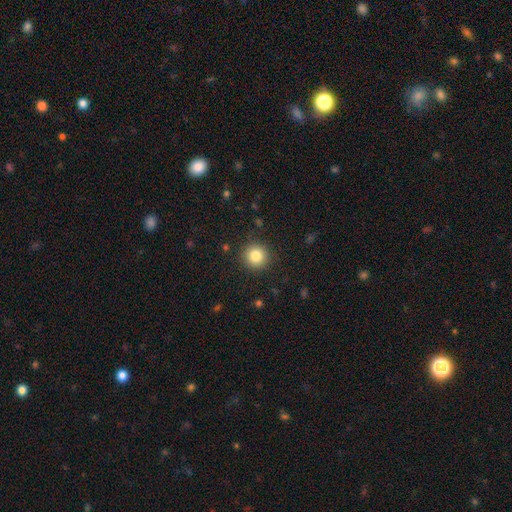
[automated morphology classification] type=smooth (84%); roundness=round (94%); merging=none (90%).